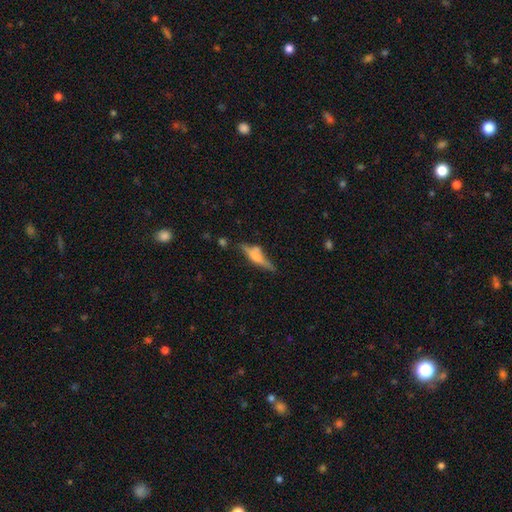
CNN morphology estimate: Smooth or featured? featured or disk (54%)
Edge-on disk? yes (91%)
Merging? none (62%)